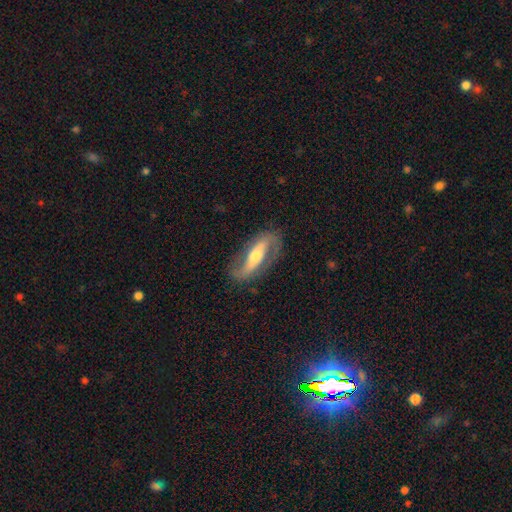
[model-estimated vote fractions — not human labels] Q: Smooth or featured?
A: featured or disk (83%); runner-up: smooth (12%)
Q: Edge-on disk?
A: no (85%); runner-up: yes (15%)
Q: Bar?
A: strong (51%); runner-up: weak (26%)
Q: Spiral arms?
A: yes (91%); runner-up: no (9%)
Q: Spiral winding?
A: loose (49%); runner-up: medium (36%)
Q: Spiral arm count?
A: 2 (90%); runner-up: can't tell (4%)
Q: Bulge size?
A: moderate (66%); runner-up: small (22%)
Q: Merging?
A: none (79%); runner-up: minor disturbance (13%)